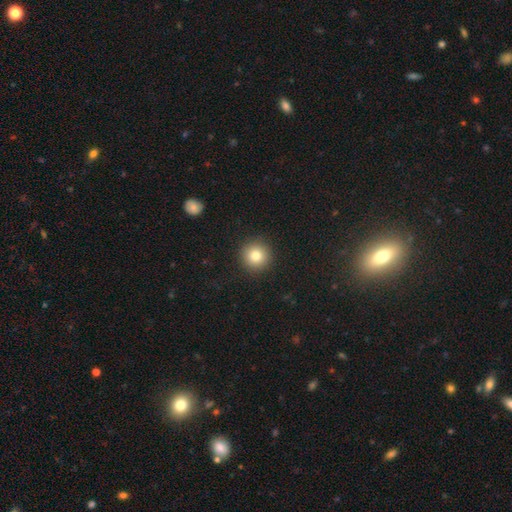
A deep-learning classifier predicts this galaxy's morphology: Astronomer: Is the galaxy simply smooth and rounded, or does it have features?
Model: smooth — 81%.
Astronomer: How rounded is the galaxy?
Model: round — 95%.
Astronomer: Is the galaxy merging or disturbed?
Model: none — 92%.